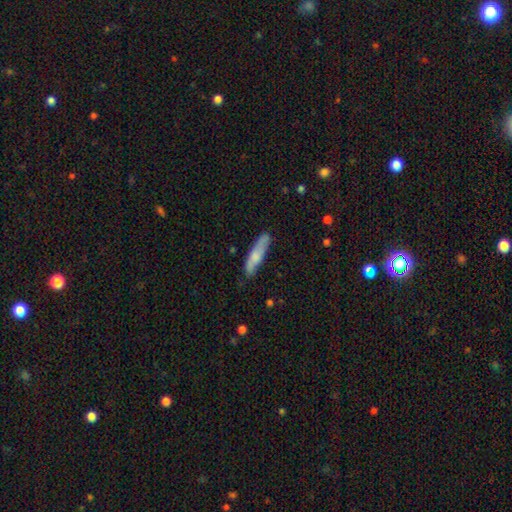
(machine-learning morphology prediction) type=smooth (70%); roundness=cigar-shaped (79%); merging=none (78%).